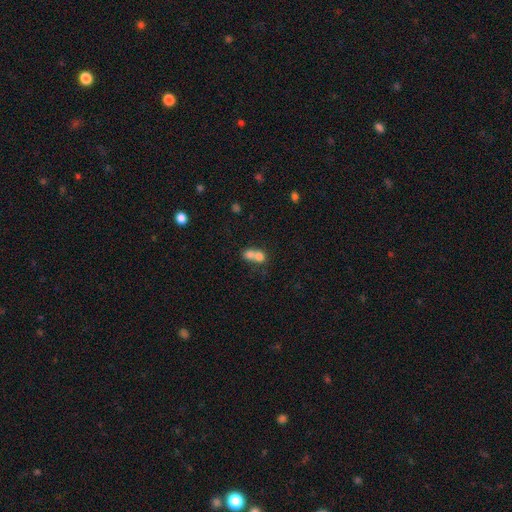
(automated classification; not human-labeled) This appears to be a smooth galaxy with no disk features (72%) that is round (58%). Merging: merger (72%).